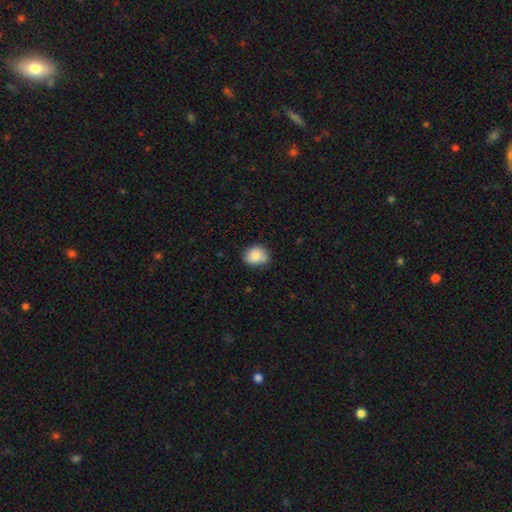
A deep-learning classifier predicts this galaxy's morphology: This is clearly a smooth galaxy (81%). How rounded: possibly round (60%). Merging: likely none (63%).